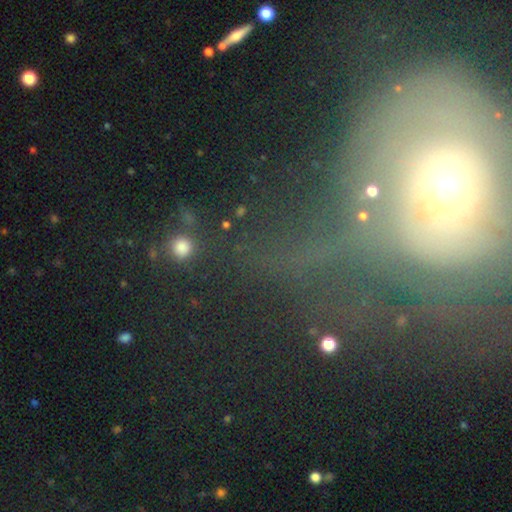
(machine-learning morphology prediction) A star or artifact, not a galaxy (37%).

Vote fractions:
- Smooth or featured? star or artifact: 37% / smooth: 32% / featured or disk: 31%